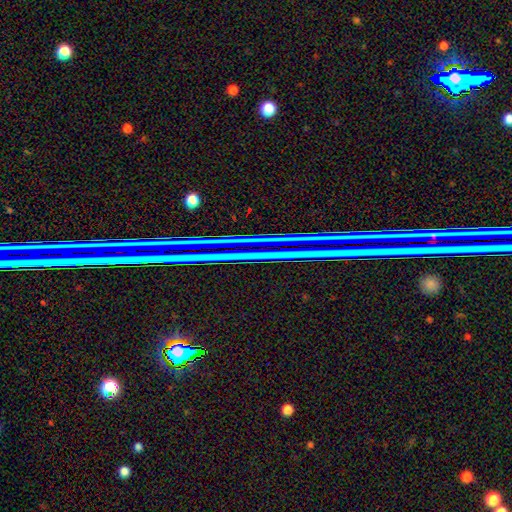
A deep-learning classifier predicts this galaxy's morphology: star or artifact 76%, featured or disk 14%, smooth 10%.